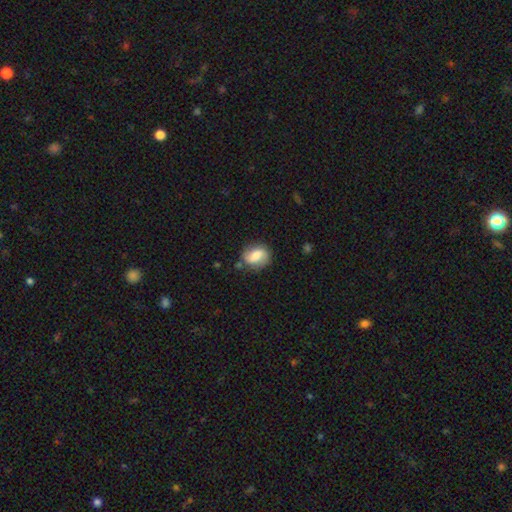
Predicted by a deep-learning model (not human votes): Smooth or featured?
  - smooth: 61% *
  - featured or disk: 31%
  - star or artifact: 8%
How rounded?
  - in between: 57% *
  - round: 41%
  - cigar-shaped: 2%
Merging?
  - none: 69% *
  - minor disturbance: 21%
  - major disturbance: 6%
  - merger: 3%